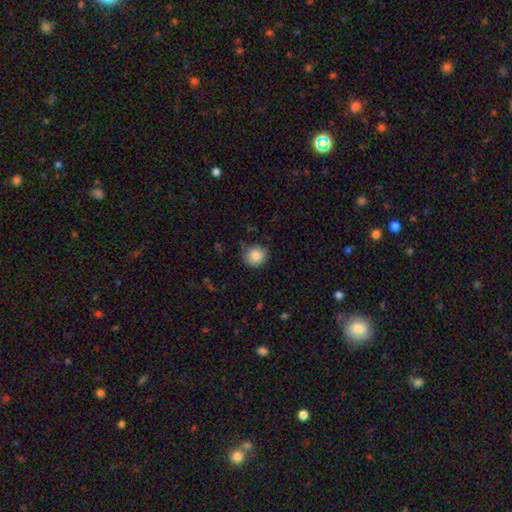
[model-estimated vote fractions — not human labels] Overall: smooth (87%). How rounded: round (88%). Merging: none (82%).